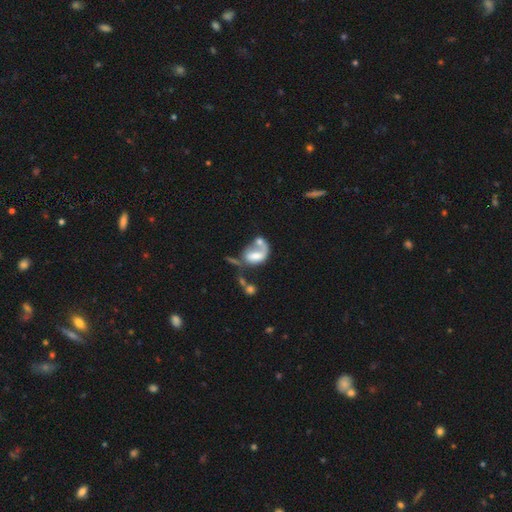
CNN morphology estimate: The model was most divided on "smooth or featured": featured or disk: 46%, smooth: 44%, star or artifact: 10%. Remaining: merging — merger (41%).